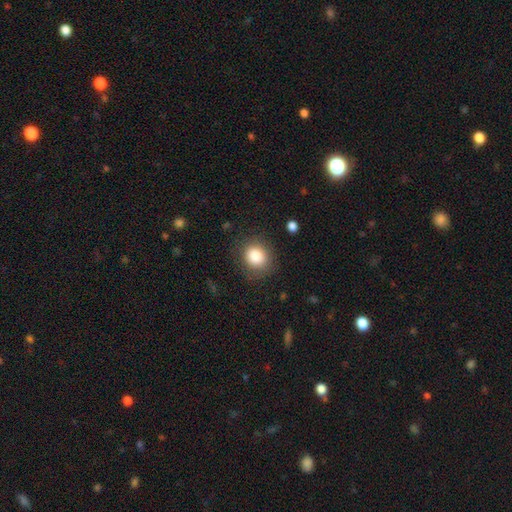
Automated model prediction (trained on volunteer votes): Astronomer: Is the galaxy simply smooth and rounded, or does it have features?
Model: smooth — 84%.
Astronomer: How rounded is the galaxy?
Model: round — 77%.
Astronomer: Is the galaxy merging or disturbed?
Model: none — 82%.